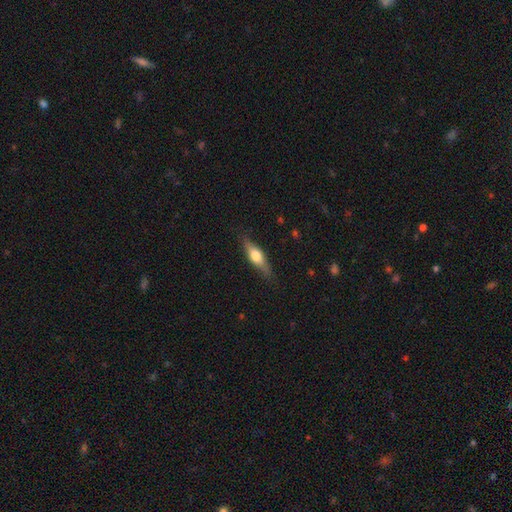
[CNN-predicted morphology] smooth-or-featured: smooth: 50% | featured or disk: 44% | star or artifact: 6%
  merging: none: 81% | minor disturbance: 14% | major disturbance: 3% | merger: 1%